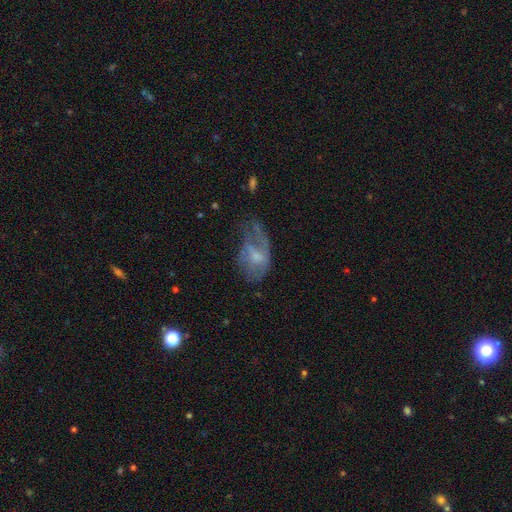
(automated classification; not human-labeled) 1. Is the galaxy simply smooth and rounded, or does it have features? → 54% featured or disk, 37% smooth, 9% star or artifact.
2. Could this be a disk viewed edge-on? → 95% no, 5% yes.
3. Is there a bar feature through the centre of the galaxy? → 56% no, 37% weak, 7% strong.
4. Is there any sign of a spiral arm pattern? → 52% no, 48% yes.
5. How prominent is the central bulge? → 39% small, 36% moderate, 20% none, 4% large, 1% dominant.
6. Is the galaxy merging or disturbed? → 40% major disturbance, 29% minor disturbance, 28% none, 3% merger.